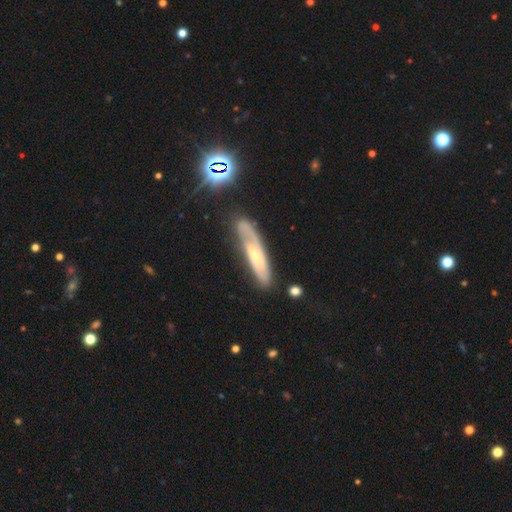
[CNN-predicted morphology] featured or disk 67%, smooth 25%, star or artifact 8%. Down the decision tree: edge-on disk — no (62%); merging — none (68%).